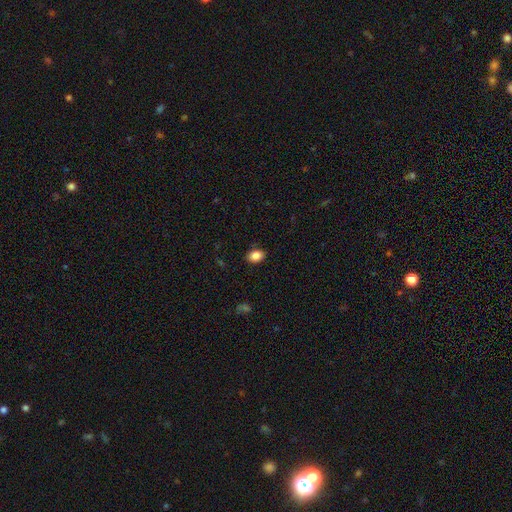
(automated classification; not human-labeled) Smooth or featured?
  - smooth: 86% *
  - star or artifact: 9%
  - featured or disk: 6%
How rounded?
  - in between: 76% *
  - round: 23%
  - cigar-shaped: 1%
Merging?
  - none: 87% *
  - minor disturbance: 10%
  - major disturbance: 2%
  - merger: 1%